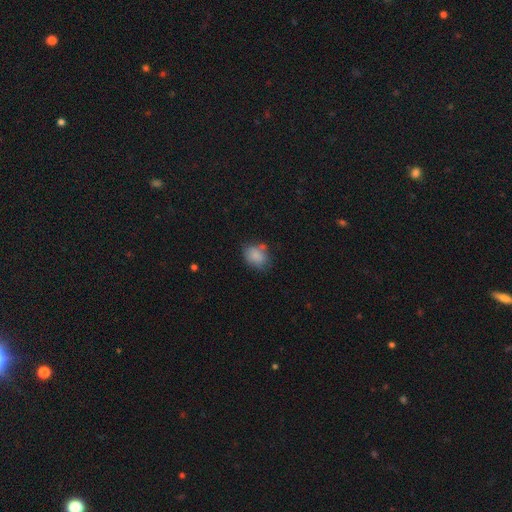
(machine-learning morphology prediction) Smooth or featured?
  - smooth: 82% *
  - featured or disk: 9%
  - star or artifact: 9%
How rounded?
  - in between: 58% *
  - round: 41%
  - cigar-shaped: 1%
Merging?
  - none: 59% *
  - minor disturbance: 24%
  - merger: 10%
  - major disturbance: 7%